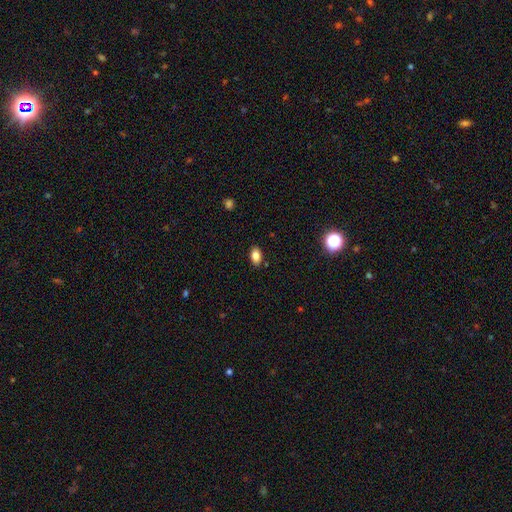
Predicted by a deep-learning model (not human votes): Q: Smooth or featured?
A: smooth (83%); runner-up: star or artifact (10%)
Q: How rounded?
A: in between (89%); runner-up: round (9%)
Q: Merging?
A: none (87%); runner-up: minor disturbance (9%)